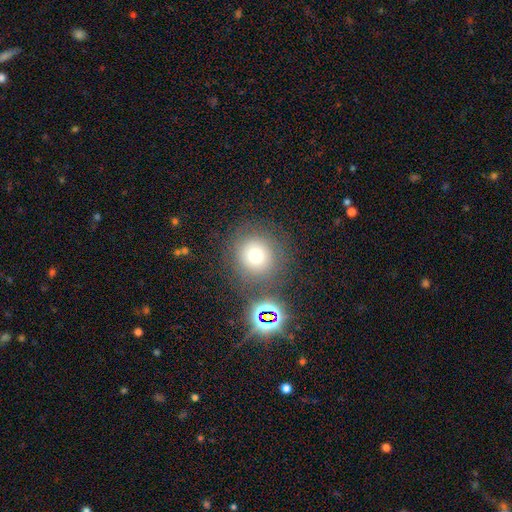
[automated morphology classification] A smooth galaxy with no disk features (70%) that is round (92%). Merging: none (78%).